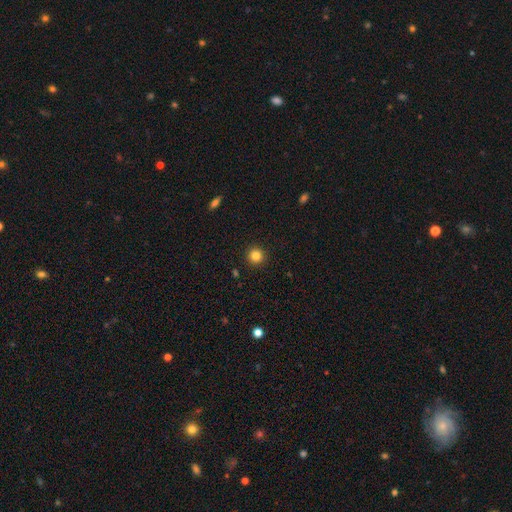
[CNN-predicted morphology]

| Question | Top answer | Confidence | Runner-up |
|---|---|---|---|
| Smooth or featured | smooth | 84% | star or artifact (12%) |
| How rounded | round | 95% | in between (4%) |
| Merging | none | 93% | minor disturbance (5%) |